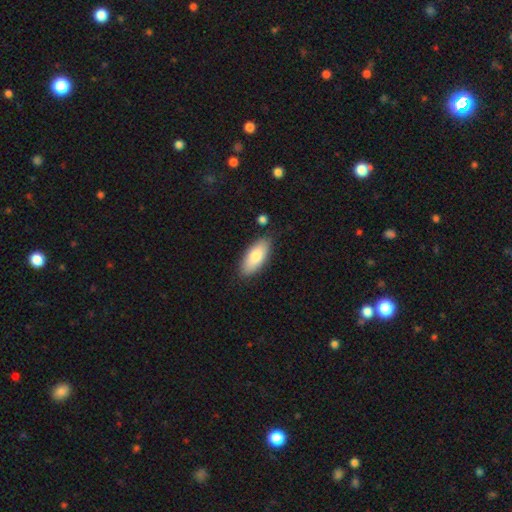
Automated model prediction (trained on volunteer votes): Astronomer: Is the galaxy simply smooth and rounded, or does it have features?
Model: smooth — 81%.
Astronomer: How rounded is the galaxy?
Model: in between — 83%.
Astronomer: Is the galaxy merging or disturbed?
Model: none — 83%.